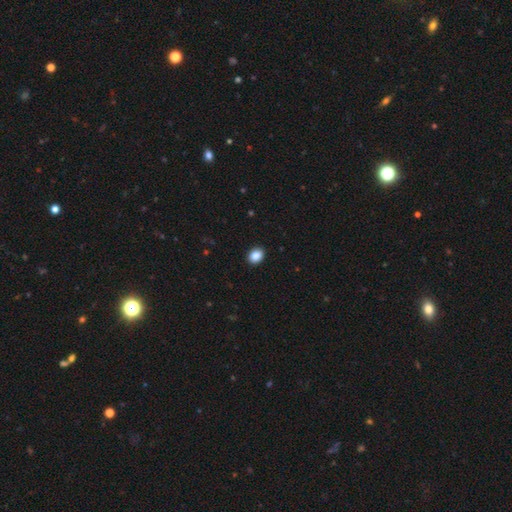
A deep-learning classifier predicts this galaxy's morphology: smooth 87%, star or artifact 9%, featured or disk 4%. Down the decision tree: how rounded — in between (57%); merging — none (92%).